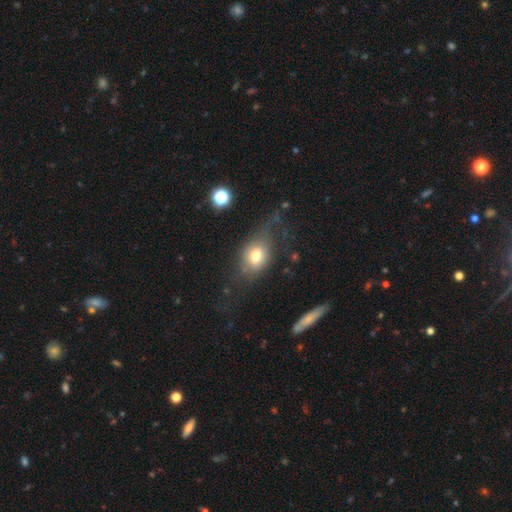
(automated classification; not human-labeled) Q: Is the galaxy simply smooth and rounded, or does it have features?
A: smooth — 68%.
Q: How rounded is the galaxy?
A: in between — 67%.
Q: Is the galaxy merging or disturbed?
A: none — 45%.